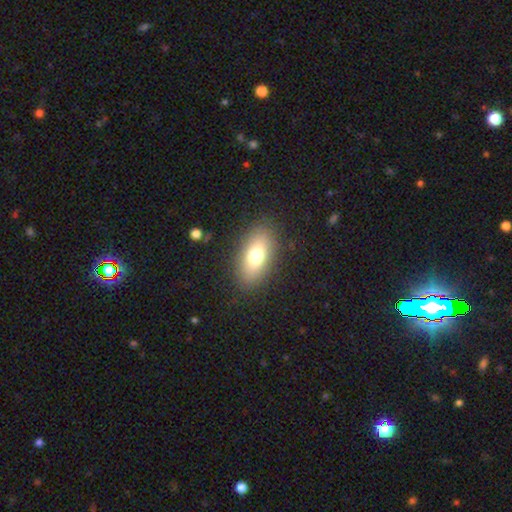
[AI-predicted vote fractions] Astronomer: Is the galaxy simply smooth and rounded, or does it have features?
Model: smooth — 74%.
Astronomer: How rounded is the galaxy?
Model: in between — 86%.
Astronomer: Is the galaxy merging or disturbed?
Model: none — 86%.